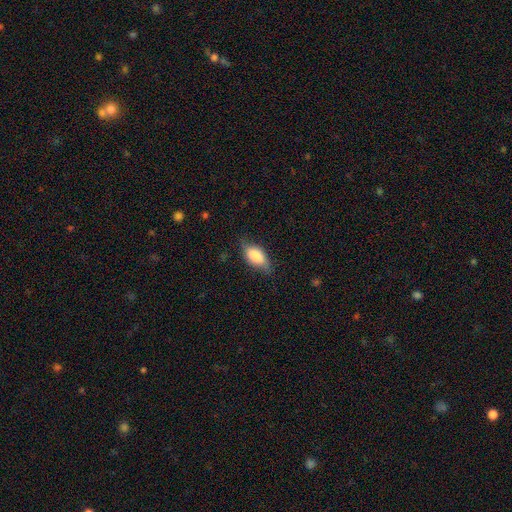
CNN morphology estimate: This appears to be a smooth galaxy with no disk features (78%) that is in between round and cigar-shaped (87%). Merging: none (64%).